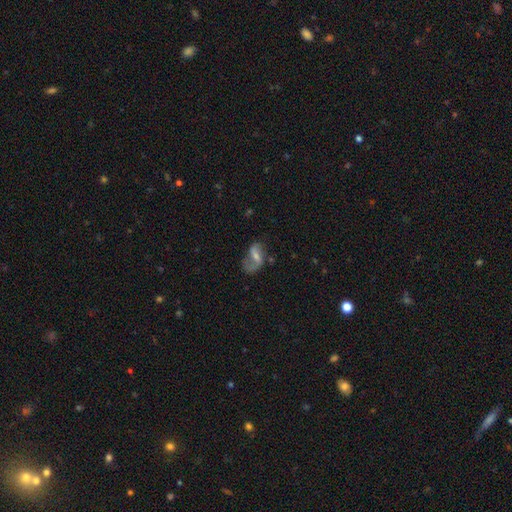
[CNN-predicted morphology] This is likely a featured or disk galaxy (65%). It is clearly not viewed edge-on (96%). Bar: possibly weak (46%). Spiral arm pattern: clearly yes (80%). Spiral arm count: likely 2 (69%). Spiral winding: possibly loose (58%). Central bulge: possibly small (48%). Merging: possibly none (51%).